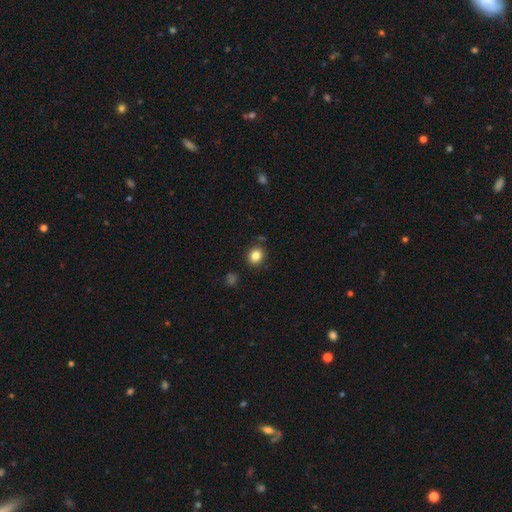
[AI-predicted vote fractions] A smooth galaxy with no disk features (84%) that is round (75%).

Vote fractions:
- Smooth or featured? smooth: 84% / star or artifact: 11% / featured or disk: 6%
- How rounded? round: 75% / in between: 24% / cigar-shaped: 1%
- Merging? none: 86% / minor disturbance: 9% / merger: 3% / major disturbance: 2%